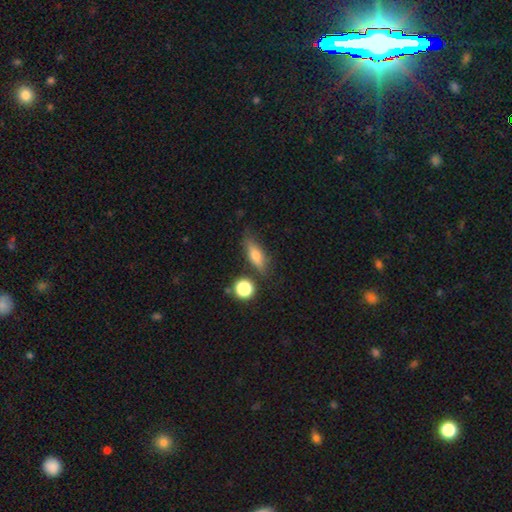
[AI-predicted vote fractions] Smooth or featured? Predicted: smooth (p=0.65). How rounded? Predicted: in between (p=0.51). Merging? Predicted: none (p=0.72).